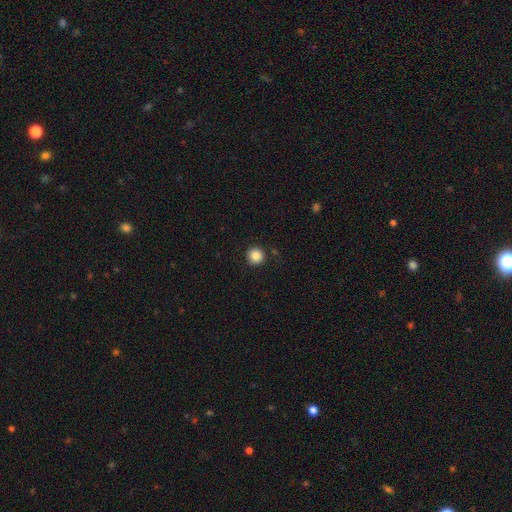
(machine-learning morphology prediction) This is clearly a smooth galaxy (87%). How rounded: clearly round (96%). Merging: clearly none (91%).